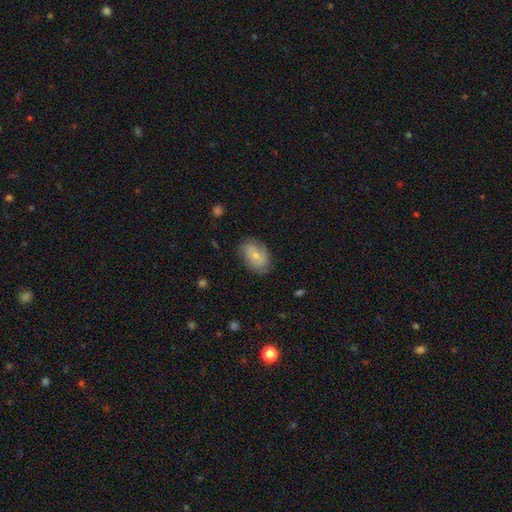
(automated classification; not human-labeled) A smooth galaxy with no disk features (61%) that is in between round and cigar-shaped (84%).

Vote fractions:
- Smooth or featured? smooth: 61% / featured or disk: 32% / star or artifact: 7%
- How rounded? in between: 84% / round: 15% / cigar-shaped: 1%
- Merging? none: 73% / minor disturbance: 20% / major disturbance: 5% / merger: 1%